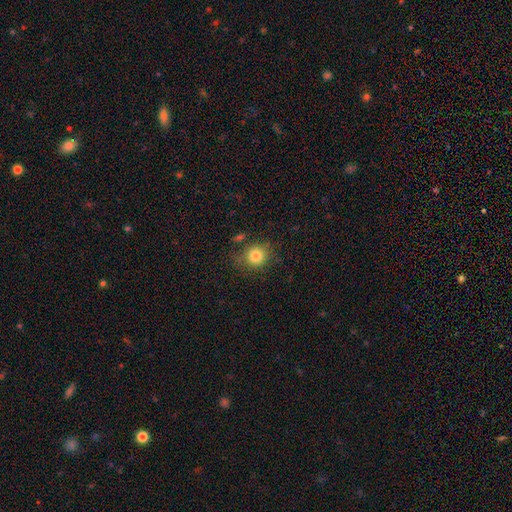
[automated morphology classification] smooth 83%, star or artifact 10%, featured or disk 7%. Down the decision tree: how rounded — round (81%); merging — none (74%).